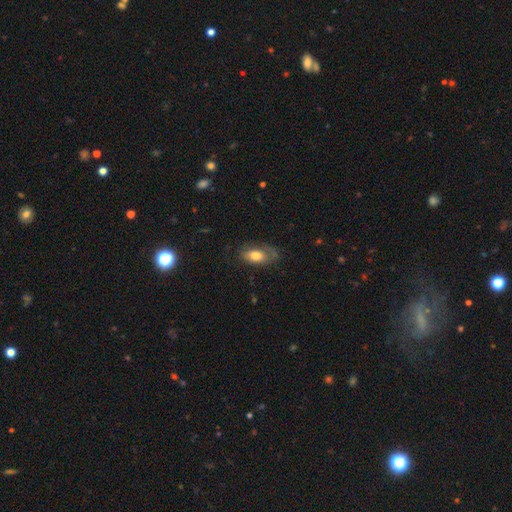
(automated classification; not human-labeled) Overall: smooth (68%). How rounded: in between (89%). Merging: none (53%; minor disturbance 27%).